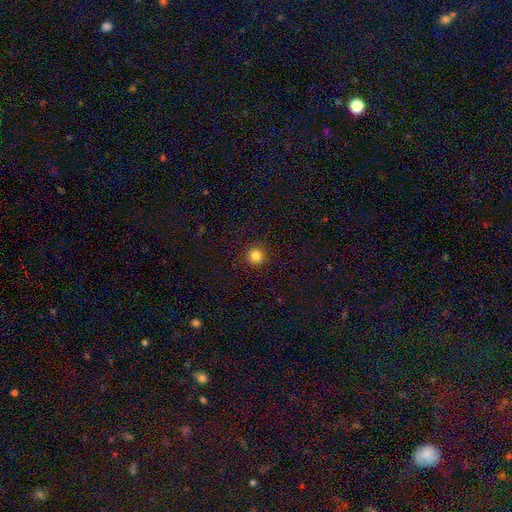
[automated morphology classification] type=smooth (84%); roundness=round (95%); merging=none (91%).